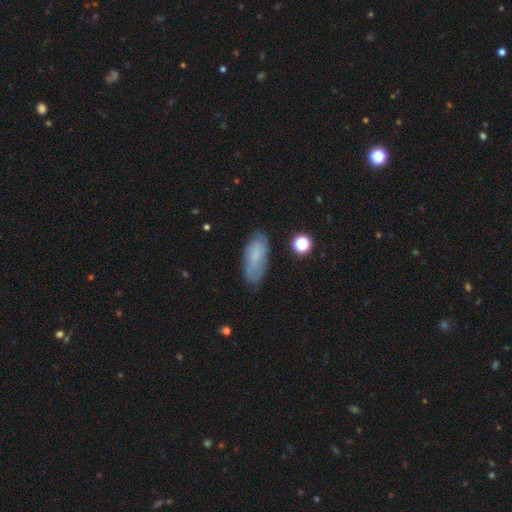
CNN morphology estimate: Smooth or featured? smooth (71%)
How rounded? in between (79%)
Merging? none (73%)